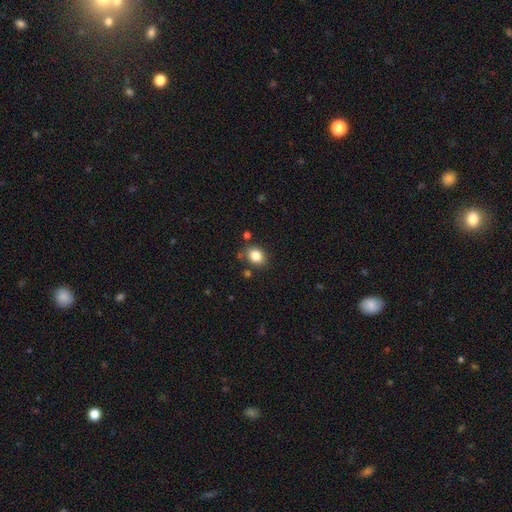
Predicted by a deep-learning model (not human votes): Morphology: type=smooth (84%); roundness=in between (54%); merging=none (80%).